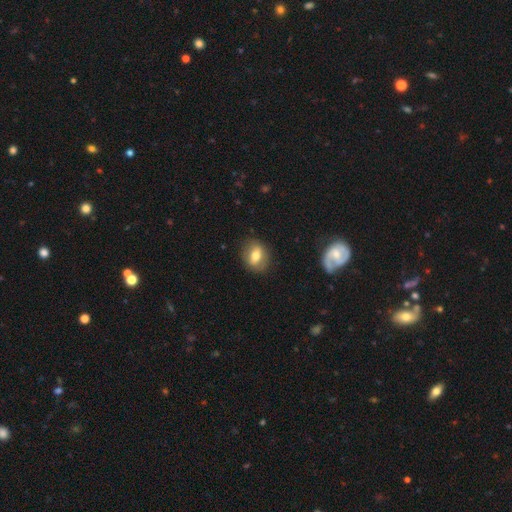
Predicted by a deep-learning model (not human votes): smooth_or_featured: smooth (p=0.65) [alt: featured or disk p=0.26]
how_rounded: in between (p=0.56) [alt: round p=0.42]
merging: none (p=0.83) [alt: minor disturbance p=0.12]